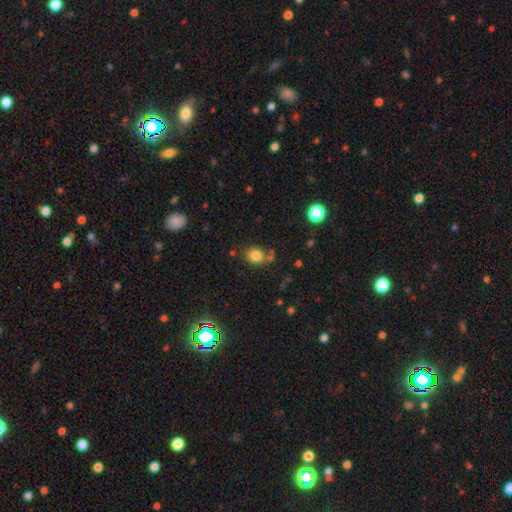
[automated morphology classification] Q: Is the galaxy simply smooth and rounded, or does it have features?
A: smooth — 80%.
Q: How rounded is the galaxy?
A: round — 64%.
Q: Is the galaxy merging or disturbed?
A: none — 68%.